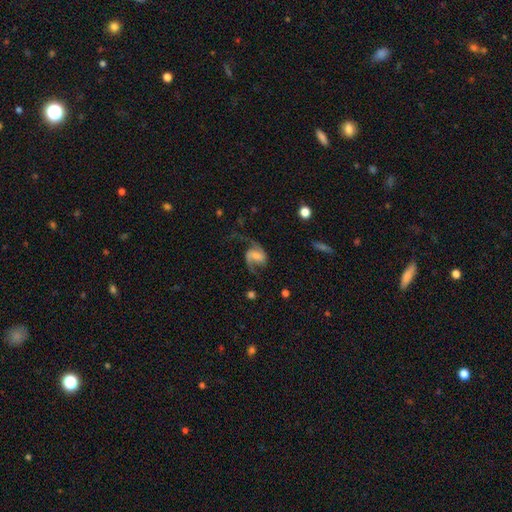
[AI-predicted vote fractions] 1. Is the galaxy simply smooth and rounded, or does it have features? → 79% featured or disk, 14% smooth, 7% star or artifact.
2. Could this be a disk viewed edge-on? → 98% no, 2% yes.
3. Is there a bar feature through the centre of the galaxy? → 46% weak, 33% no, 21% strong.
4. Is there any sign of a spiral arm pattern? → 94% yes, 6% no.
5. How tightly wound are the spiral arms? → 58% loose, 34% medium, 7% tight.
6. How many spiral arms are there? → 85% 2, 9% 1, 3% can't tell, 1% 3, 1% 4, 1% more than 4.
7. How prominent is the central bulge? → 27% none, 26% moderate, 26% small, 17% large, 4% dominant.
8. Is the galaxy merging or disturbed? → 52% none, 28% major disturbance, 17% minor disturbance, 3% merger.